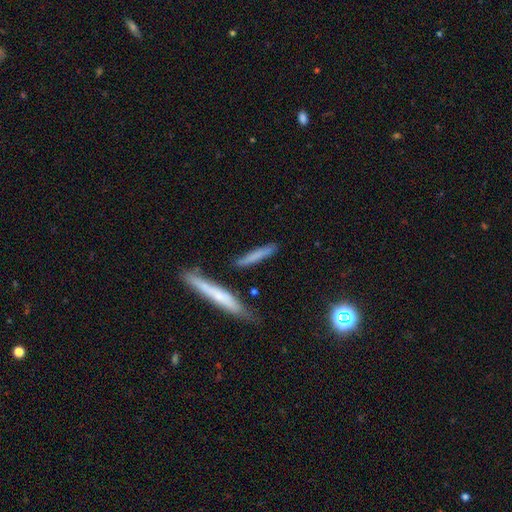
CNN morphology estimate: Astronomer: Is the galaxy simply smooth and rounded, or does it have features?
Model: smooth — 66%.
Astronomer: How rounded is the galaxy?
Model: cigar-shaped — 91%.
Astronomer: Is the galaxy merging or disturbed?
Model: none — 78%.